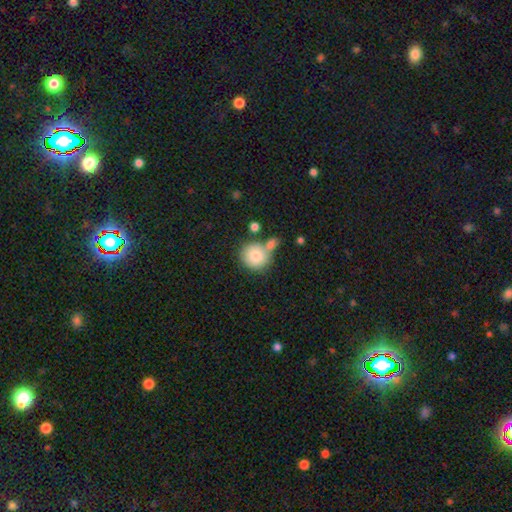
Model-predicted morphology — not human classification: smooth 82%, featured or disk 10%, star or artifact 8%. Down the decision tree: how rounded — round (87%); merging — none (52%).